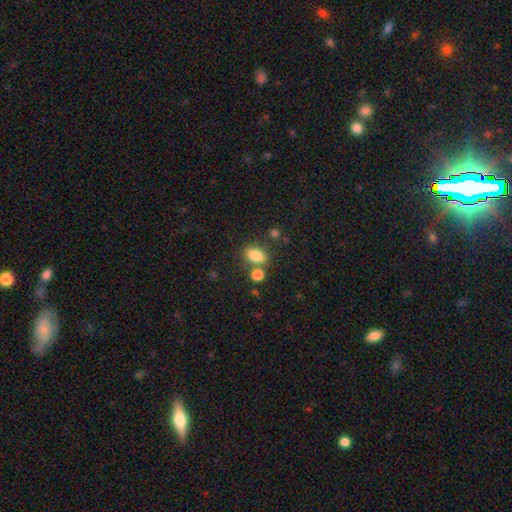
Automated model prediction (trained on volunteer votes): Overall: smooth (82%). How rounded: in between (83%). Merging: none (66%).